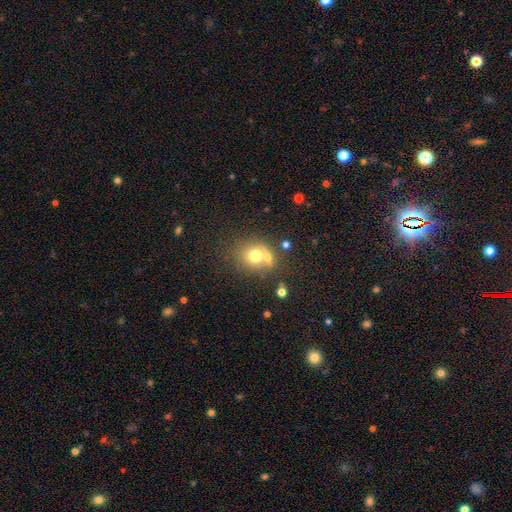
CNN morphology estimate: smooth_or_featured: smooth (p=0.70) [alt: featured or disk p=0.18]
how_rounded: round (p=0.74) [alt: in between p=0.25]
merging: none (p=0.43) [alt: merger p=0.37]